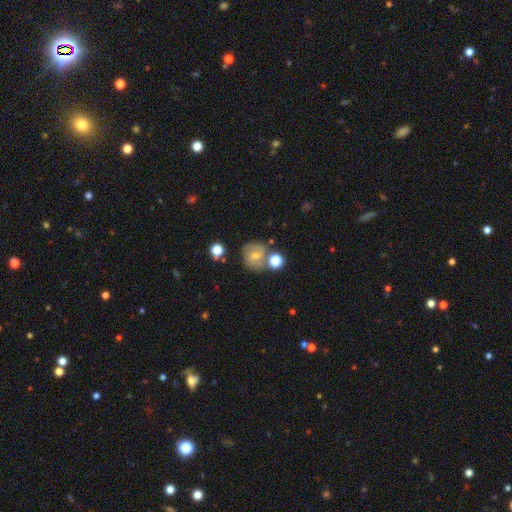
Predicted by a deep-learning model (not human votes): featured or disk 46%, smooth 42%, star or artifact 12%. Down the decision tree: merging — none (64%).